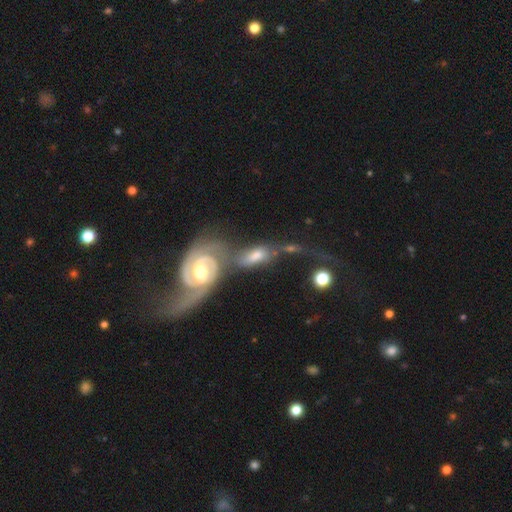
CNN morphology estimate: The model was most divided on "smooth or featured": featured or disk: 56%, smooth: 36%, star or artifact: 8%. More confident: edge-on disk — no (89%); merging — merger (52%).